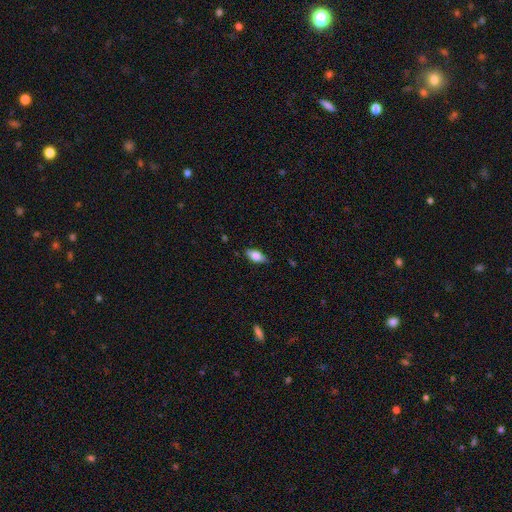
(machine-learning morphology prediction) Smooth or featured?
  - smooth: 69% *
  - featured or disk: 25%
  - star or artifact: 7%
How rounded?
  - in between: 86% *
  - cigar-shaped: 10%
  - round: 4%
Merging?
  - none: 84% *
  - minor disturbance: 13%
  - major disturbance: 2%
  - merger: 1%